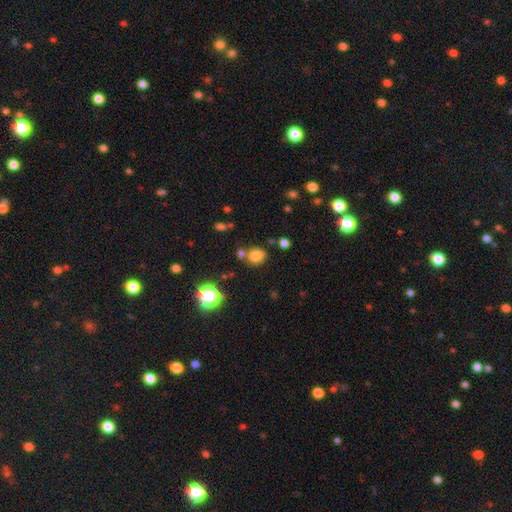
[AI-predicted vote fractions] Smooth or featured? Predicted: smooth (p=0.77). How rounded? Predicted: round (p=0.64). Merging? Predicted: none (p=0.66).